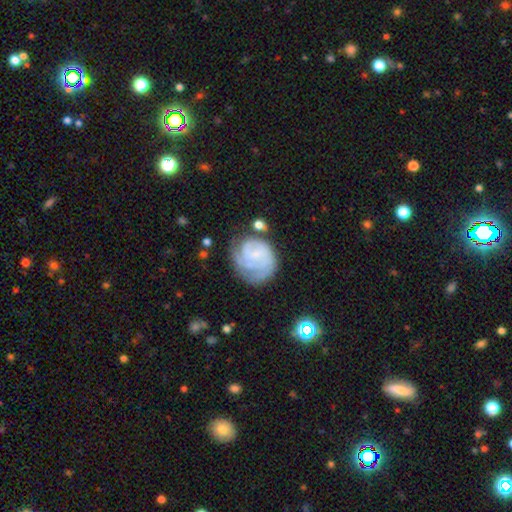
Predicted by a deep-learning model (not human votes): Smooth or featured? featured or disk (73%)
Edge-on disk? no (98%)
Bar? no (64%)
Spiral arms? yes (90%)
Spiral winding? tight (60%)
Spiral arm count? can't tell (36%)
Bulge size? small (57%)
Merging? none (53%)